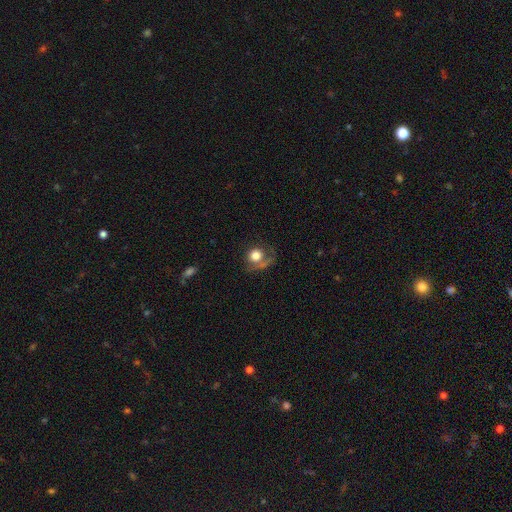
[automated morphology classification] smooth_or_featured: smooth (p=0.69) [alt: featured or disk p=0.20]
how_rounded: round (p=0.75) [alt: in between p=0.24]
merging: none (p=0.45) [alt: major disturbance p=0.26]